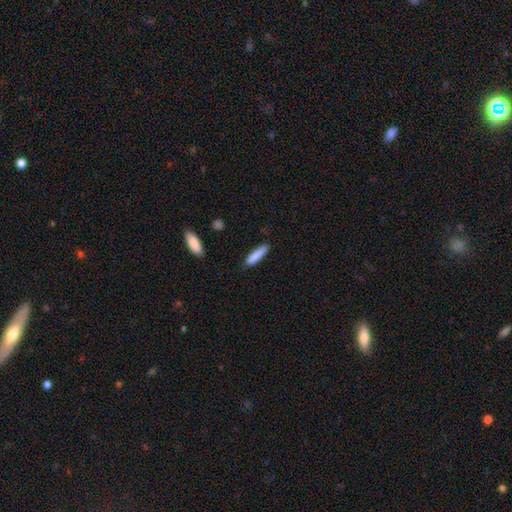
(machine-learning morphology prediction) smooth 85%, featured or disk 8%, star or artifact 6%. Down the decision tree: how rounded — cigar-shaped (81%); merging — none (82%).